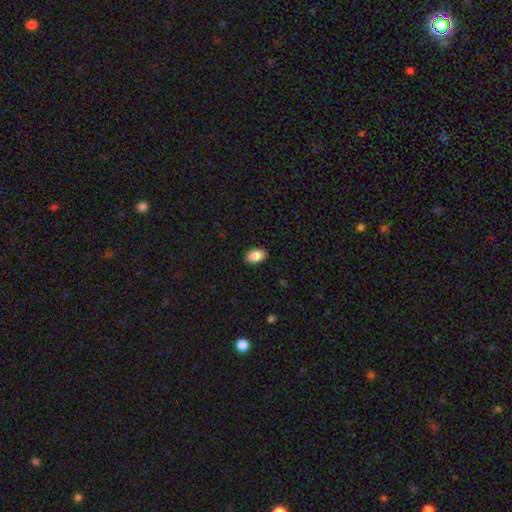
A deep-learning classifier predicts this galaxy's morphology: Overall: smooth (88%). How rounded: in between (91%). Merging: none (89%).